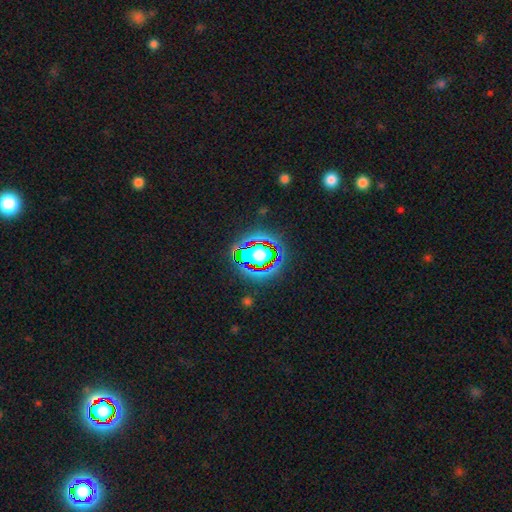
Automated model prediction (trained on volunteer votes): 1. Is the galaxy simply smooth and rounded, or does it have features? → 62% star or artifact, 21% smooth, 16% featured or disk.